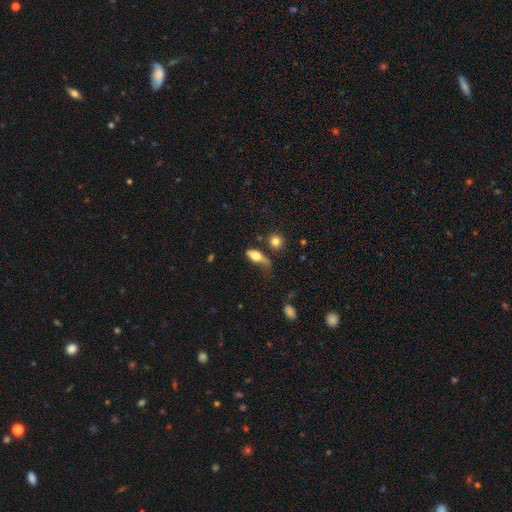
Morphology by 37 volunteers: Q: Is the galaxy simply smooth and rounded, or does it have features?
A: smooth — 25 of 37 (68%).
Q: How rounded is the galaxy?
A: in between — 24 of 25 (96%).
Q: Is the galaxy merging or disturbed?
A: major disturbance — 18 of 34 (53%).